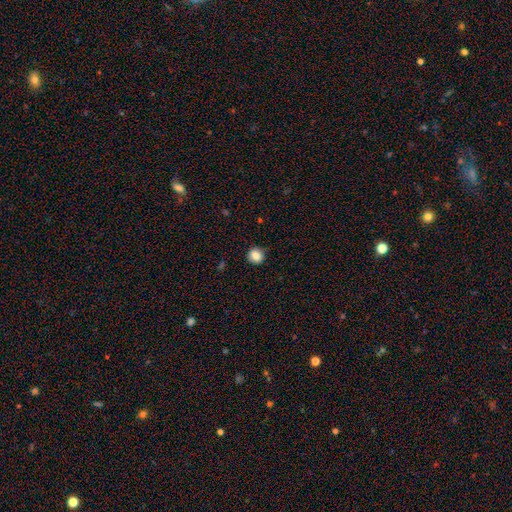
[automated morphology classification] This appears to be a smooth galaxy with no disk features (86%) that is round (88%). Merging: none (88%).